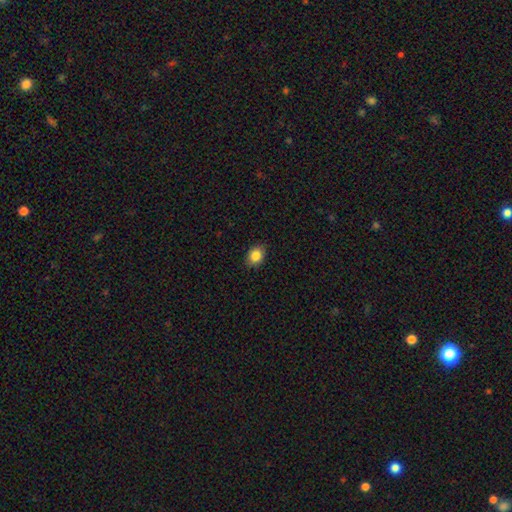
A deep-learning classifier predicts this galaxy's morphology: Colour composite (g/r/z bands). It shows a smooth galaxy with no disk features (86%) that is in between round and cigar-shaped (59%). Merging: none (86%).